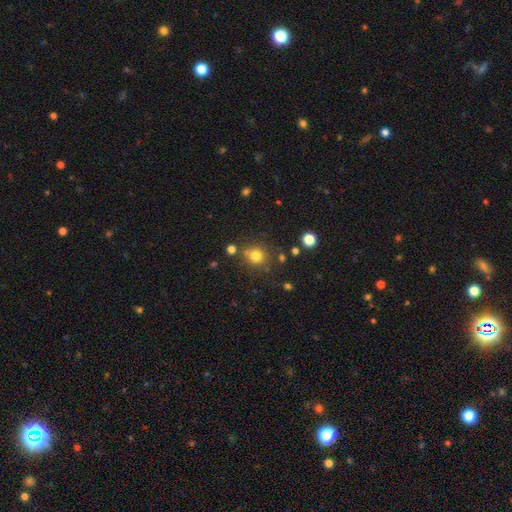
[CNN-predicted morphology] This is likely a smooth galaxy (78%). How rounded: clearly round (85%). Merging: likely none (75%).